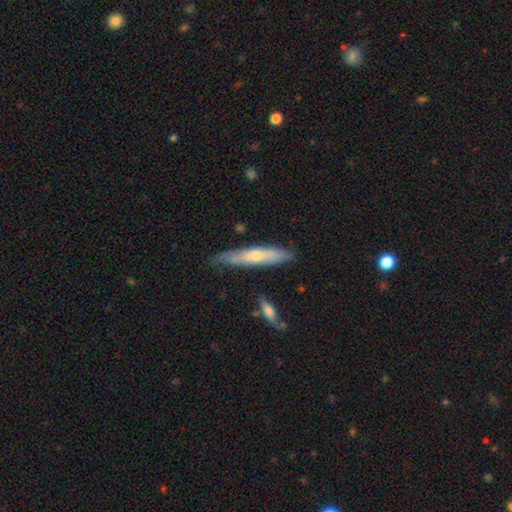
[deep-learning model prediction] The model was most divided on "smooth or featured": smooth: 55%, featured or disk: 40%, star or artifact: 5%. More confident: how rounded — cigar-shaped (87%); merging — none (71%).